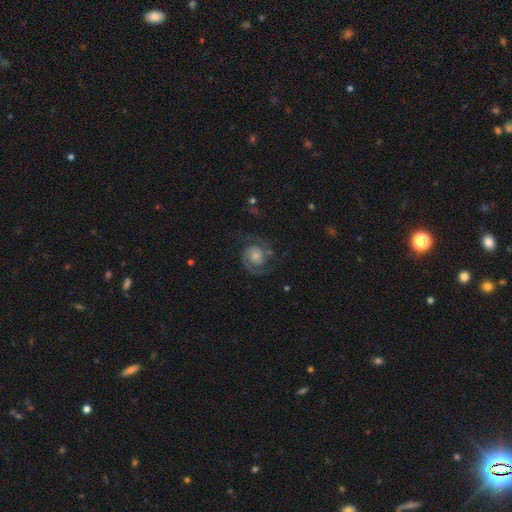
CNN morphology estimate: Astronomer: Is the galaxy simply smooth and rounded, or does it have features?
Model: featured or disk — 82%.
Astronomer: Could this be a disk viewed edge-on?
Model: no — 98%.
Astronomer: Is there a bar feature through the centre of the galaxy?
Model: no — 72%.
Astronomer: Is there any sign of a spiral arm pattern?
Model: yes — 96%.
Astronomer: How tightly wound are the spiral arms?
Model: medium — 47% (runner-up: tight, 37%).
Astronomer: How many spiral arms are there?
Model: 2 — 85%.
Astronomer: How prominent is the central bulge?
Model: small — 43% (runner-up: moderate, 32%).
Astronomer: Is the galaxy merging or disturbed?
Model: none — 70%.